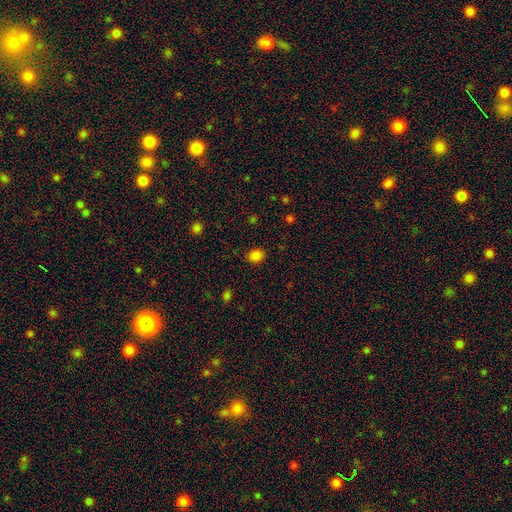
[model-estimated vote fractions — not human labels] This is clearly a smooth galaxy (83%). How rounded: possibly round (60%). Merging: clearly none (87%).